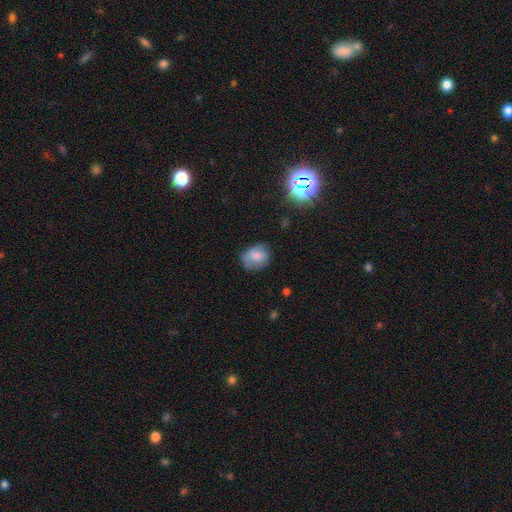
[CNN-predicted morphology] Q: Smooth or featured?
A: smooth (74%); runner-up: featured or disk (15%)
Q: How rounded?
A: round (55%); runner-up: in between (44%)
Q: Merging?
A: none (61%); runner-up: minor disturbance (28%)